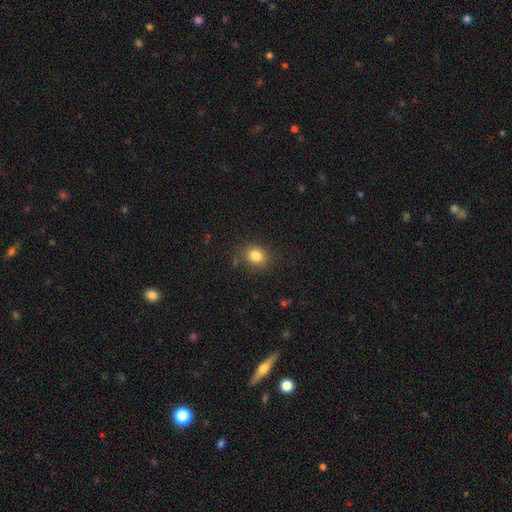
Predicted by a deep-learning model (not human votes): A smooth galaxy with no disk features (82%) that is round (55%).

Vote fractions:
- Smooth or featured? smooth: 82% / star or artifact: 11% / featured or disk: 7%
- How rounded? round: 55% / in between: 44% / cigar-shaped: 1%
- Merging? none: 82% / minor disturbance: 12% / major disturbance: 4% / merger: 2%